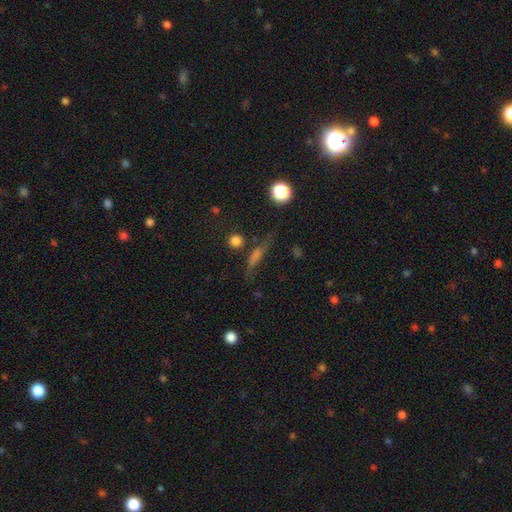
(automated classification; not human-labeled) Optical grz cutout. It shows a smooth galaxy with no disk features (46%). Merging: none (64%).